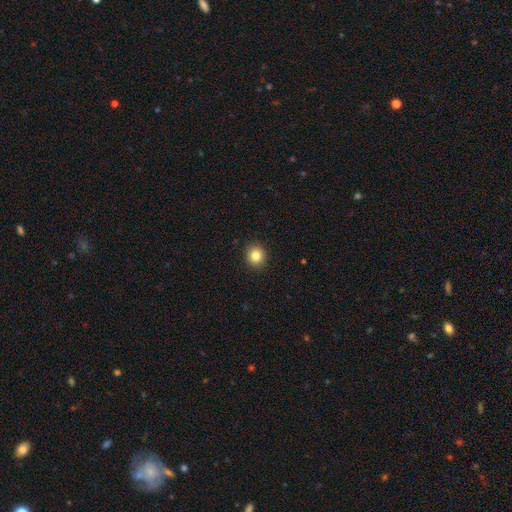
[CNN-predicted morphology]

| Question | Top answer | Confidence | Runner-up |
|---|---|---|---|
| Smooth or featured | smooth | 83% | star or artifact (11%) |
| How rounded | round | 86% | in between (13%) |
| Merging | none | 92% | minor disturbance (6%) |